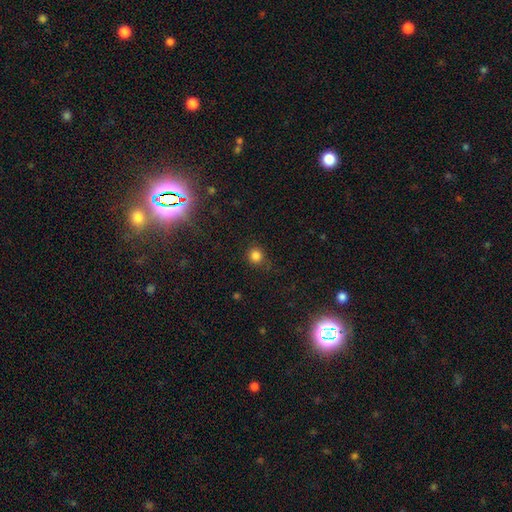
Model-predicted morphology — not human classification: Smooth or featured? Predicted: smooth (p=0.82). How rounded? Predicted: round (p=0.90). Merging? Predicted: none (p=0.83).